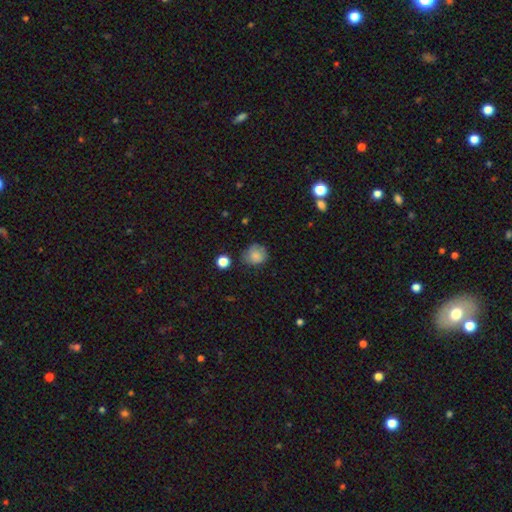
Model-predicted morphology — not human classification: Overall: smooth (83%). How rounded: round (80%). Merging: none (66%).